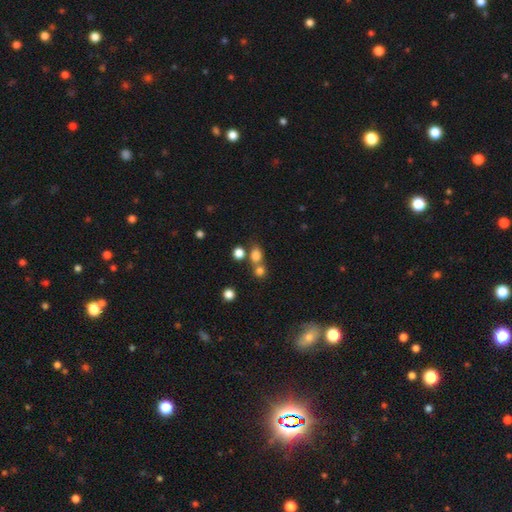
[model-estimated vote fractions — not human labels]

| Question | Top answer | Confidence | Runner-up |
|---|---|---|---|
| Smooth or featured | smooth | 77% | star or artifact (16%) |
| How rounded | round | 57% | in between (41%) |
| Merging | none | 52% | merger (34%) |